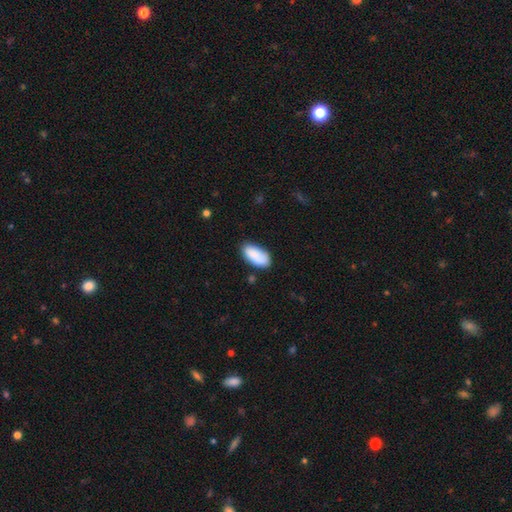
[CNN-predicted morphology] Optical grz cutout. It shows a smooth galaxy with no disk features (87%) that is in between round and cigar-shaped (93%). Merging: none (75%).